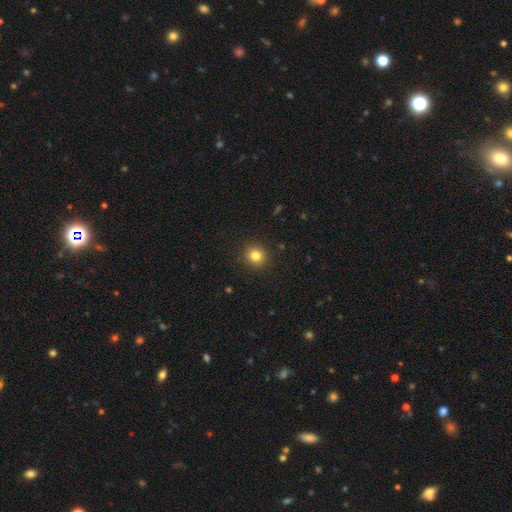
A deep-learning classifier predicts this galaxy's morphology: smooth-or-featured: smooth: 82% | star or artifact: 12% | featured or disk: 6%
  how-rounded: round: 86% | in between: 13% | cigar-shaped: 1%
  merging: none: 91% | minor disturbance: 6% | major disturbance: 2% | merger: 1%